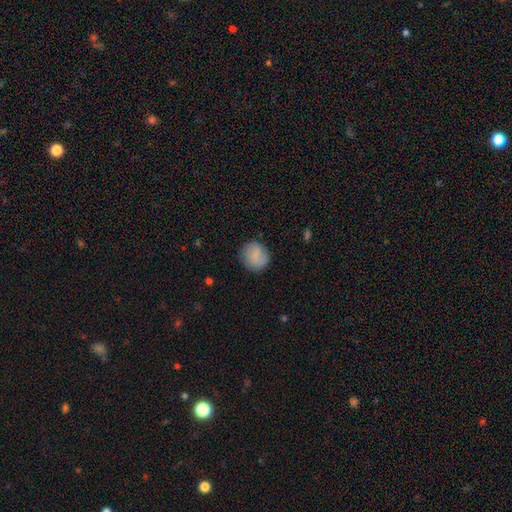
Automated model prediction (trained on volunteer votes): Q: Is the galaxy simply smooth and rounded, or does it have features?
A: smooth — 76%.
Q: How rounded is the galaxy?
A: round — 84%.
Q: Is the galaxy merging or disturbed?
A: none — 81%.